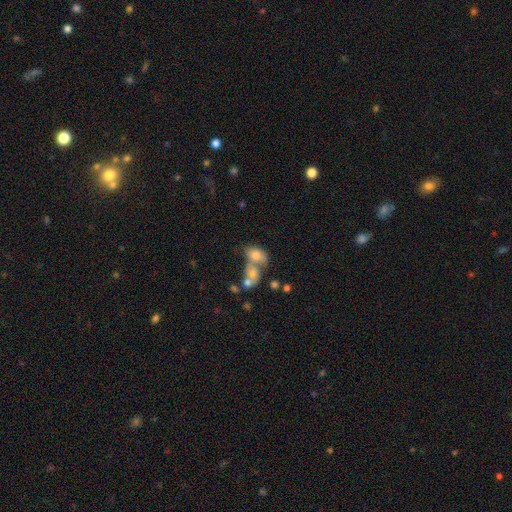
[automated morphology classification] This is likely a smooth galaxy (71%). How rounded: clearly in between (80%). Merging: likely merger (62%).